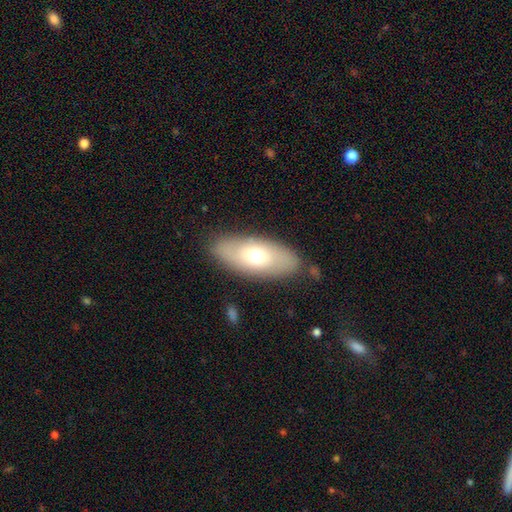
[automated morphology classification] smooth_or_featured: smooth (p=0.62) [alt: featured or disk p=0.32]
how_rounded: in between (p=0.86) [alt: cigar-shaped p=0.11]
merging: none (p=0.83) [alt: minor disturbance p=0.12]